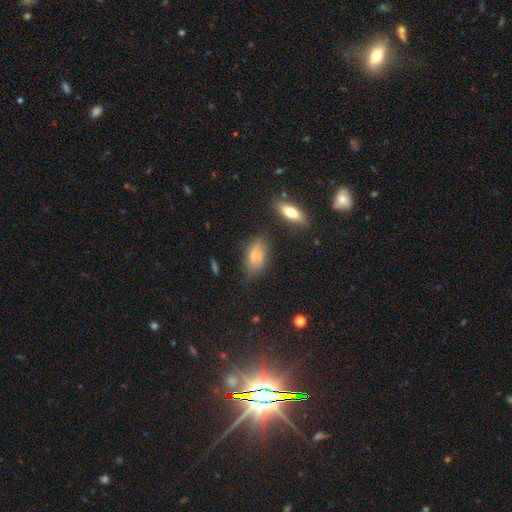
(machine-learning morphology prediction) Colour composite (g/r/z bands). It shows a smooth galaxy with no disk features (68%) that is in between round and cigar-shaped (86%). Merging: none (62%).